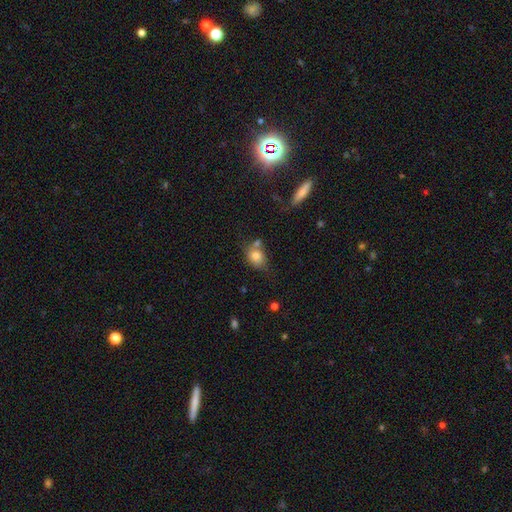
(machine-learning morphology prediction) This appears to be a smooth galaxy with no disk features (79%) that is in between round and cigar-shaped (60%). Merging: none (53%).